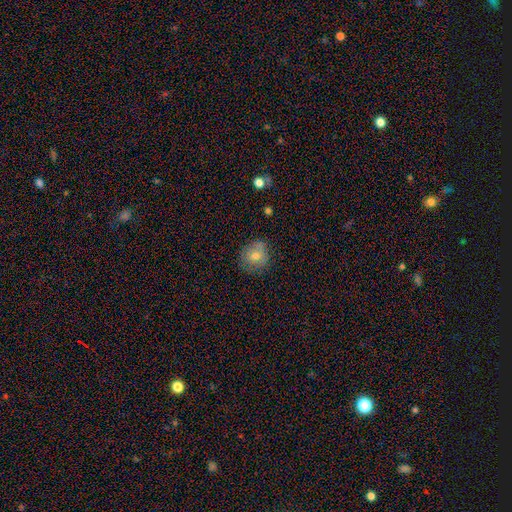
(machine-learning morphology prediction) Smooth or featured: smooth — 70% (featured or disk — 18%)
How rounded: round — 84% (in between — 15%)
Merging: none — 74% (minor disturbance — 18%)